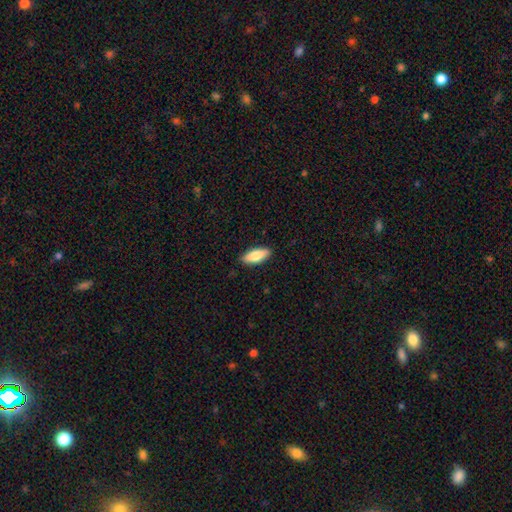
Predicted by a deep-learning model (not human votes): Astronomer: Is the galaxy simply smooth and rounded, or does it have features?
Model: smooth — 79%.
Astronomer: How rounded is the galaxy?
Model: in between — 73%.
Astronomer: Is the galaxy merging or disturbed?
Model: none — 89%.